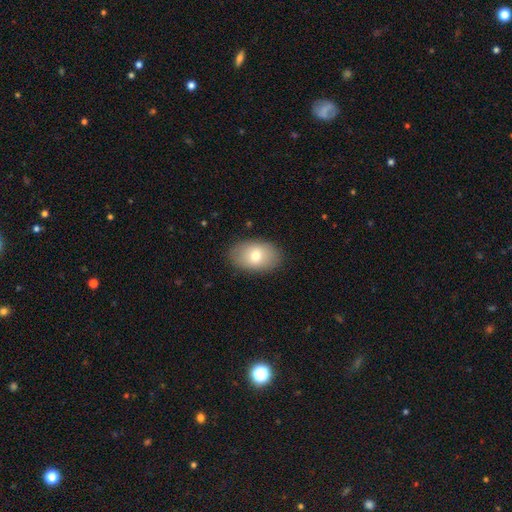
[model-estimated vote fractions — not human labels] This is likely a smooth galaxy (76%). How rounded: clearly in between (88%). Merging: clearly none (86%).